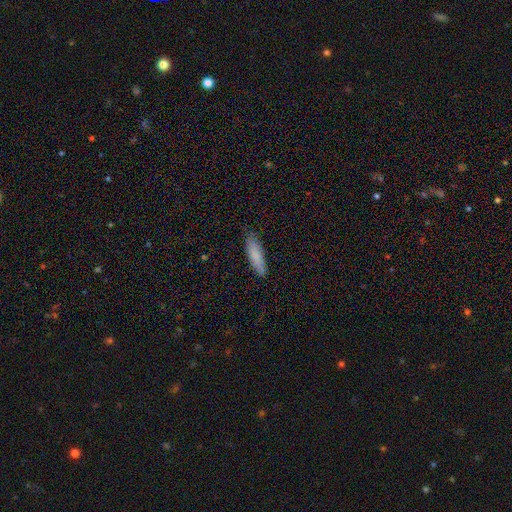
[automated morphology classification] smooth 83%, featured or disk 11%, star or artifact 6%. Down the decision tree: how rounded — cigar-shaped (66%); merging — none (82%).